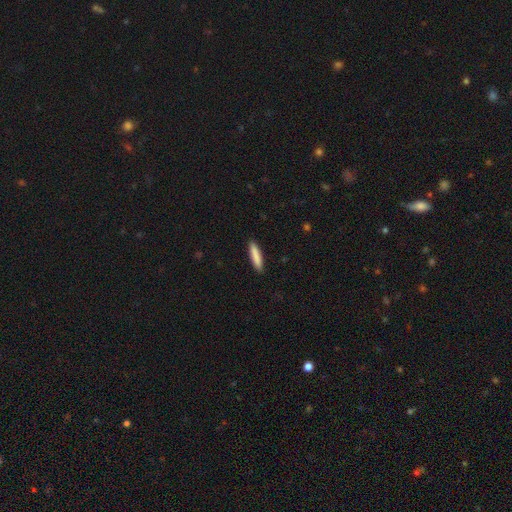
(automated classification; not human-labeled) smooth-or-featured: smooth: 86% | featured or disk: 9% | star or artifact: 6%
  how-rounded: cigar-shaped: 87% | in between: 12% | round: 1%
  merging: none: 91% | minor disturbance: 7% | major disturbance: 2% | merger: 1%